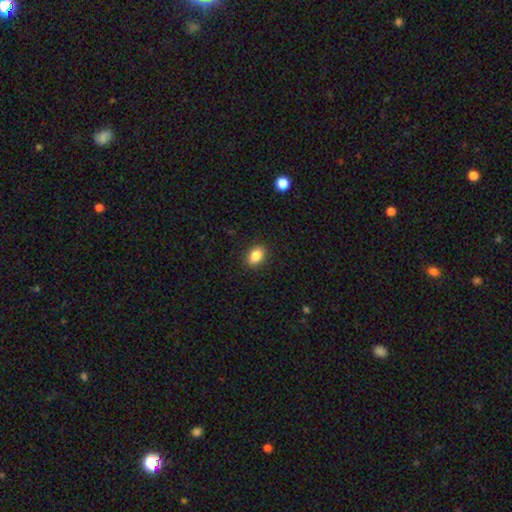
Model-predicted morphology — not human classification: Smooth or featured? Predicted: smooth (p=0.86). How rounded? Predicted: in between (p=0.79). Merging? Predicted: none (p=0.90).